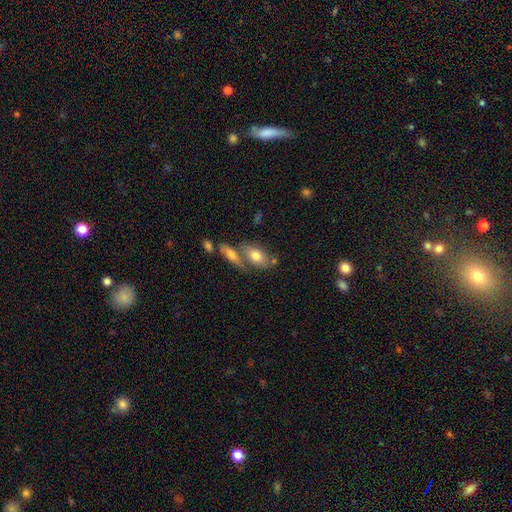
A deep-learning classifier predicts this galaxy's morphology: type=smooth (74%); roundness=in between (86%); merging=none (42%).